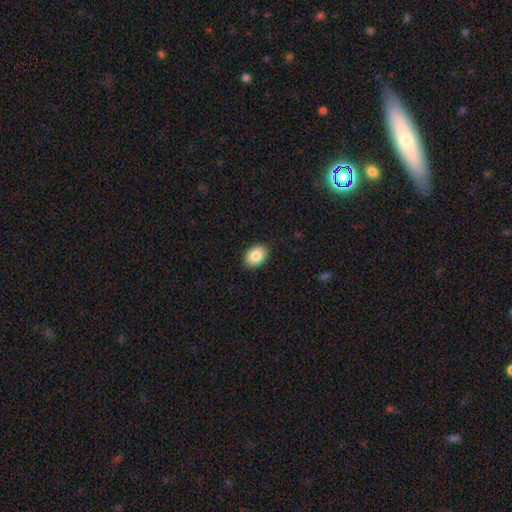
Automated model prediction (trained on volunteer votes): The model was most divided on "how rounded": in between: 72%, round: 27%, cigar-shaped: 1%. More confident: merging — none (89%); smooth or featured — smooth (84%).